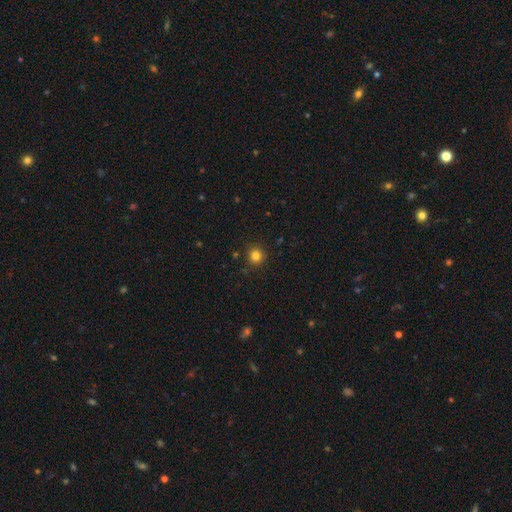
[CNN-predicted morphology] This appears to be a smooth galaxy with no disk features (82%) that is round (93%). Merging: none (90%).